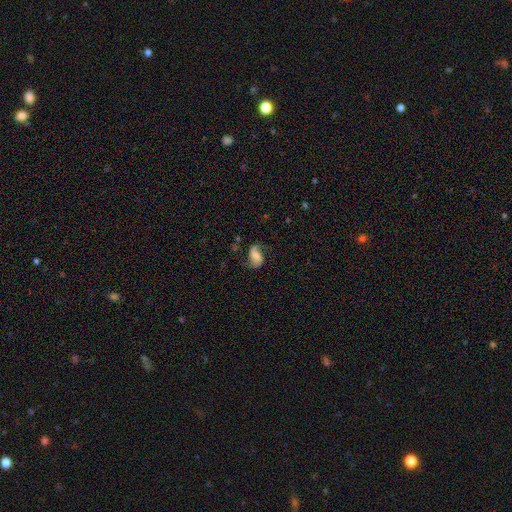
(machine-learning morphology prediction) type=featured or disk (53%); edge-on=no (96%); bar=no (49%); spiral arms=yes (88%); bulge=moderate (47%); merging=none (64%).